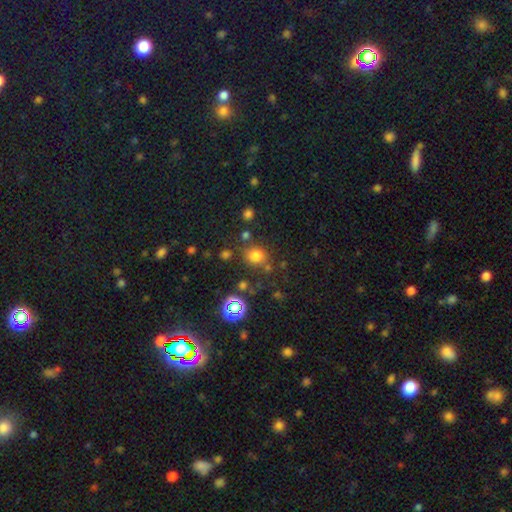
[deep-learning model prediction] smooth 72%, star or artifact 21%, featured or disk 7%. Down the decision tree: how rounded — round (76%); merging — none (73%).